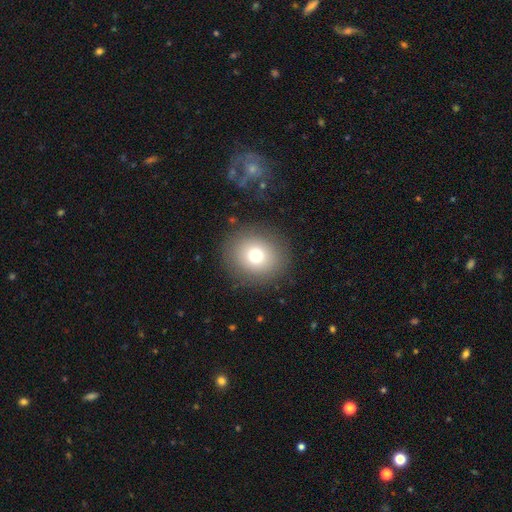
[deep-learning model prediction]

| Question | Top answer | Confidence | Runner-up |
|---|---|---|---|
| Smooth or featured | smooth | 73% | star or artifact (13%) |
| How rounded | round | 83% | in between (16%) |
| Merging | none | 86% | minor disturbance (8%) |